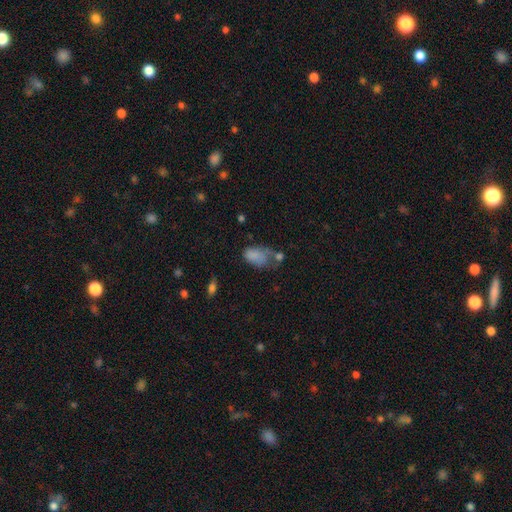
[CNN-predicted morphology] This appears to be a smooth galaxy with no disk features (75%) that is in between round and cigar-shaped (90%). Merging: none (28%).